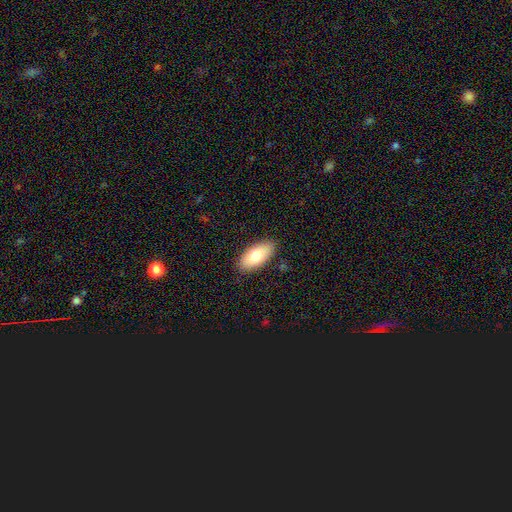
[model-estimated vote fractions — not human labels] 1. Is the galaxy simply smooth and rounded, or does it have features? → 78% smooth, 15% featured or disk, 6% star or artifact.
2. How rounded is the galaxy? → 90% in between, 7% cigar-shaped, 2% round.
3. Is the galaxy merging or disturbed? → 88% none, 9% minor disturbance, 2% major disturbance, 1% merger.